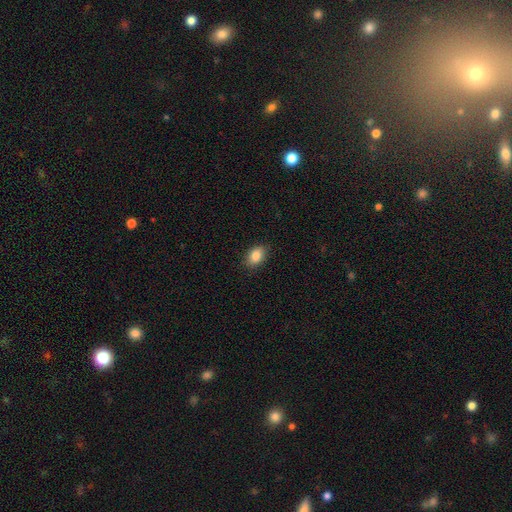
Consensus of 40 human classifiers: Overall: smooth (90%). How rounded: in between (81%). Merging: none (92%).